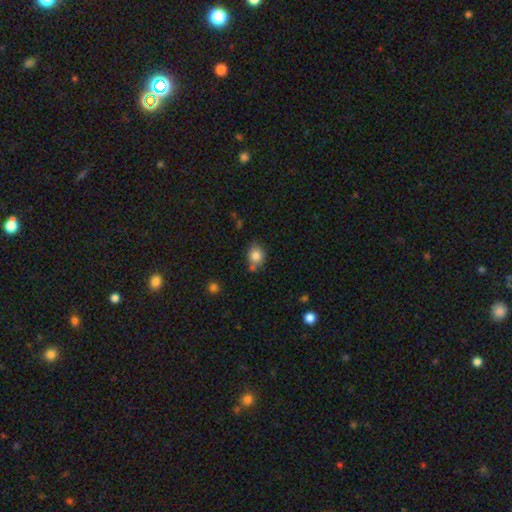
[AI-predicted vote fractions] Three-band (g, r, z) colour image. It shows a smooth galaxy with no disk features (83%) that is round (60%). Merging: none (62%).